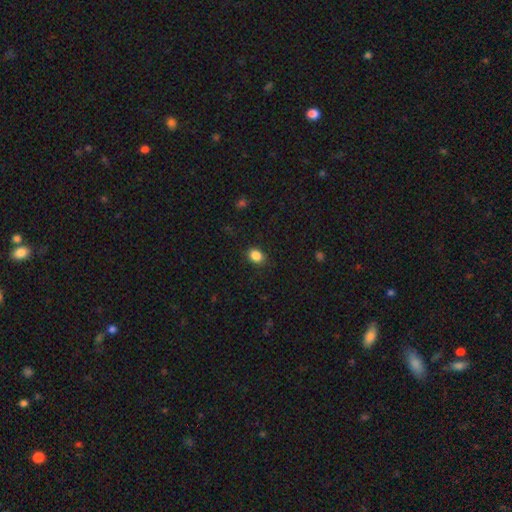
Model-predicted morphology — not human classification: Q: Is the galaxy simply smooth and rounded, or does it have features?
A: smooth — 86%.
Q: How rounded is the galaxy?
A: in between — 53%.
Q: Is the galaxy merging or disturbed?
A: none — 87%.